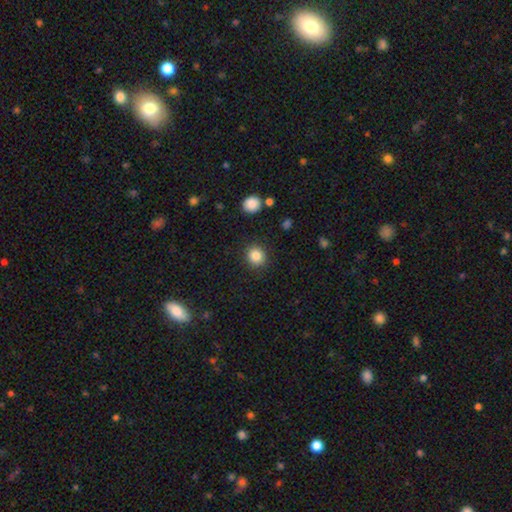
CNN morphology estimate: A smooth galaxy with no disk features (85%) that is round (86%).

Vote fractions:
- Smooth or featured? smooth: 85% / star or artifact: 10% / featured or disk: 5%
- How rounded? round: 86% / in between: 13% / cigar-shaped: 1%
- Merging? none: 89% / minor disturbance: 7% / major disturbance: 3% / merger: 1%